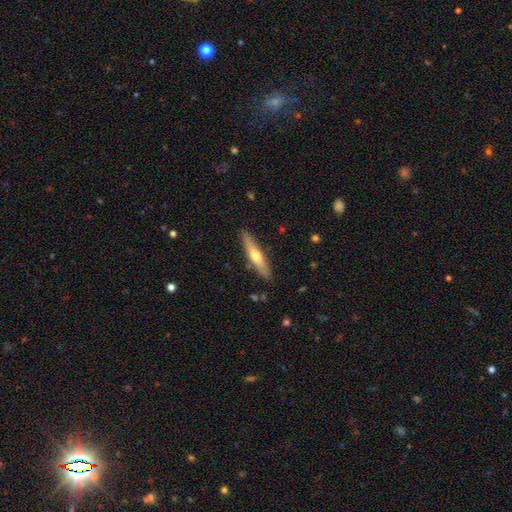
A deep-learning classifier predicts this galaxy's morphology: Smooth or featured? smooth (49%)
Merging? none (87%)